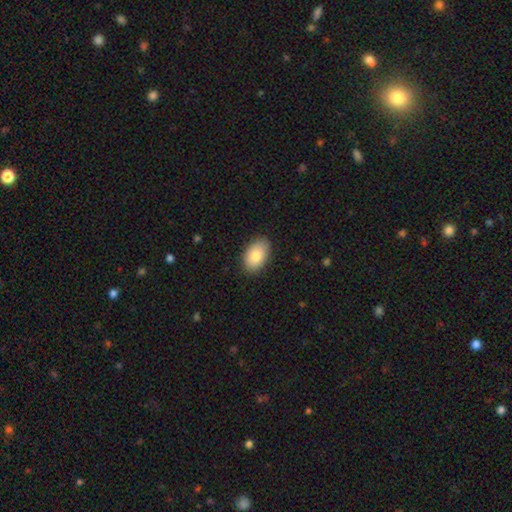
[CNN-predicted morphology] A smooth galaxy with no disk features (82%) that is in between round and cigar-shaped (92%).

Vote fractions:
- Smooth or featured? smooth: 82% / featured or disk: 11% / star or artifact: 7%
- How rounded? in between: 92% / round: 7% / cigar-shaped: 1%
- Merging? none: 87% / minor disturbance: 10% / major disturbance: 2% / merger: 1%